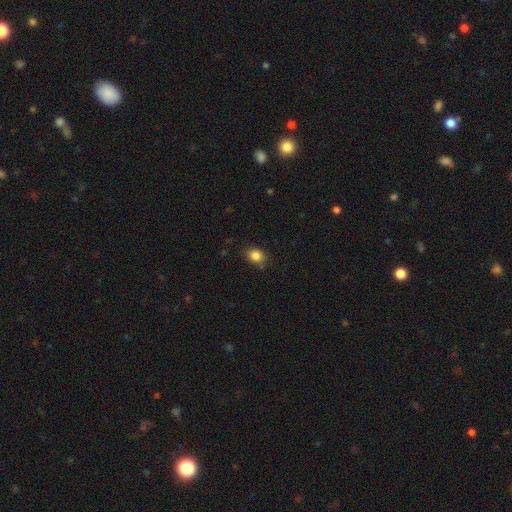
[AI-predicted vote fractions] Smooth or featured: smooth — 85% (star or artifact — 10%)
How rounded: in between — 50% (round — 49%)
Merging: none — 78% (minor disturbance — 16%)